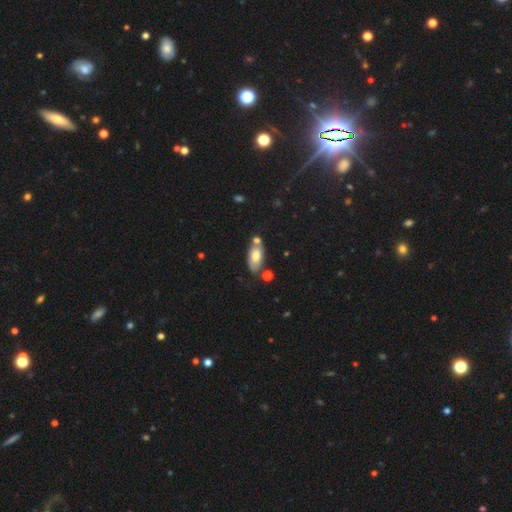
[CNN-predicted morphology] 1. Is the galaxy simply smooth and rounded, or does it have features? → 65% smooth, 28% featured or disk, 7% star or artifact.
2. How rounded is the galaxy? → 88% in between, 9% cigar-shaped, 3% round.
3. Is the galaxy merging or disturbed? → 58% none, 20% merger, 17% minor disturbance, 5% major disturbance.